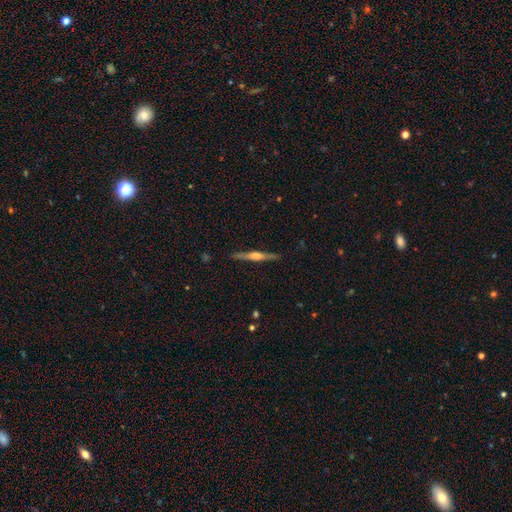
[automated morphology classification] This is likely a featured or disk galaxy (71%). It is clearly viewed edge-on (98%). Edge-on bulge: likely rounded (75%). Merging: clearly none (90%).